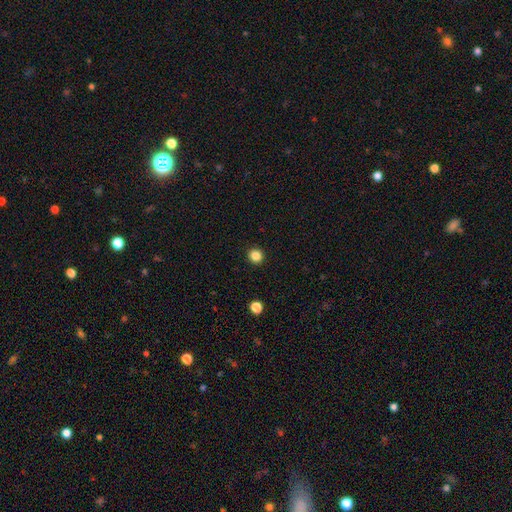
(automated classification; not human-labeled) Smooth or featured? smooth (85%)
How rounded? round (93%)
Merging? none (93%)